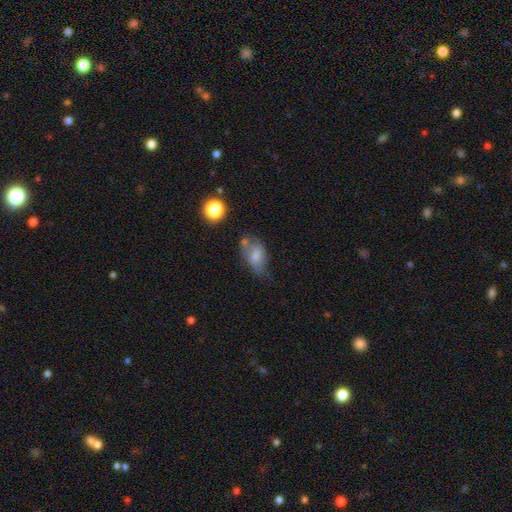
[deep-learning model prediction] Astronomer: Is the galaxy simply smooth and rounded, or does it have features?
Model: smooth — 57%.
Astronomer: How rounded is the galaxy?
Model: in between — 86%.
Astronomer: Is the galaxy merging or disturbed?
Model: none — 36% (runner-up: minor disturbance, 32%).